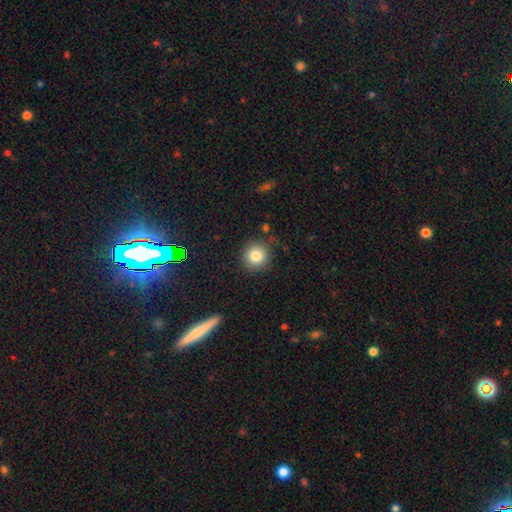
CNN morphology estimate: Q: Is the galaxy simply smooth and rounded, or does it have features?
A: smooth — 82%.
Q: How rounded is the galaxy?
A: round — 92%.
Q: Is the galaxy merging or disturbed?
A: none — 86%.